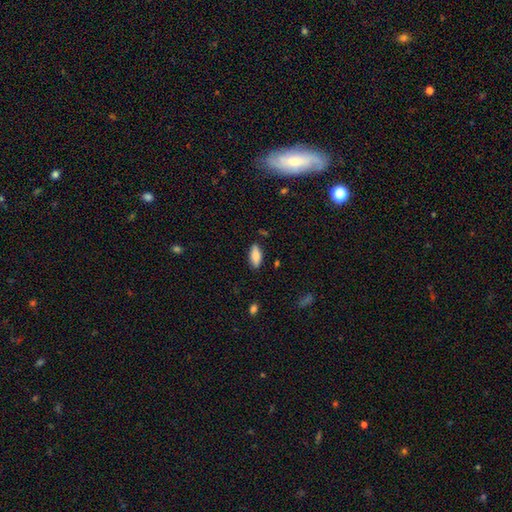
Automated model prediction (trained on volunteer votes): A smooth galaxy with no disk features (84%) that is in between round and cigar-shaped (80%). Merging: none (84%).